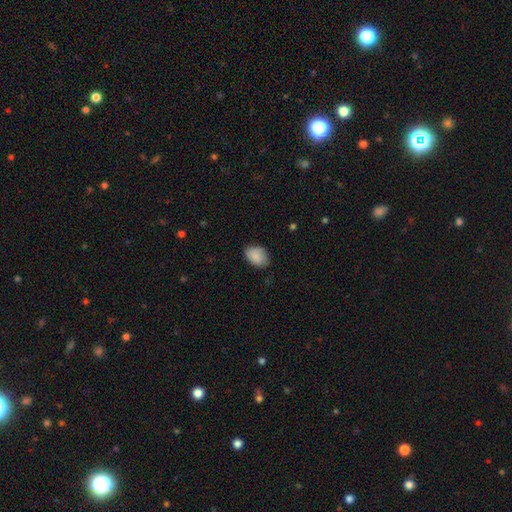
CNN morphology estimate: Smooth or featured: smooth — 88% (star or artifact — 7%)
How rounded: in between — 79% (round — 20%)
Merging: none — 75% (minor disturbance — 20%)